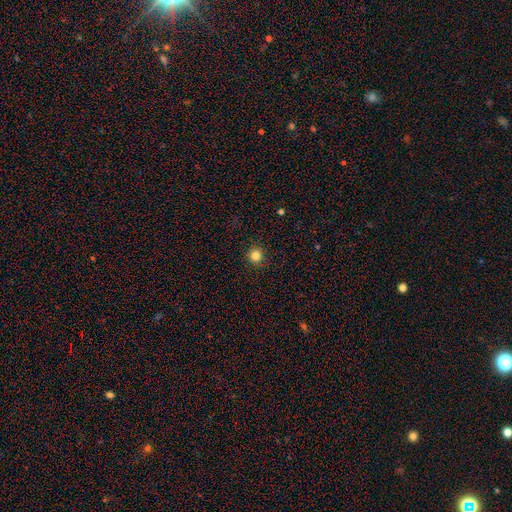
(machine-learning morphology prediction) smooth 83%, star or artifact 13%, featured or disk 4%. Down the decision tree: how rounded — round (95%); merging — none (91%).